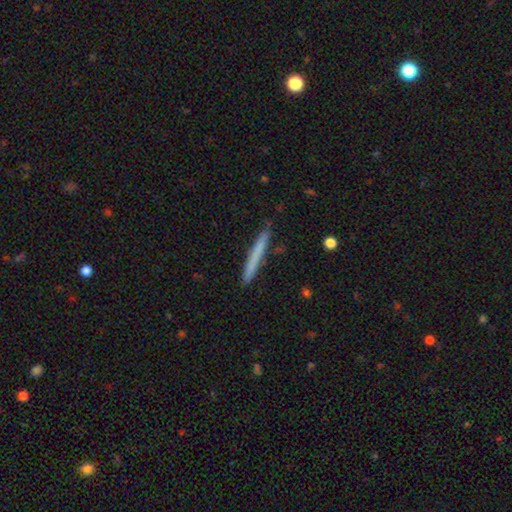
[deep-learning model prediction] Smooth or featured? Predicted: smooth (p=0.66). How rounded? Predicted: cigar-shaped (p=0.97). Merging? Predicted: none (p=0.89).